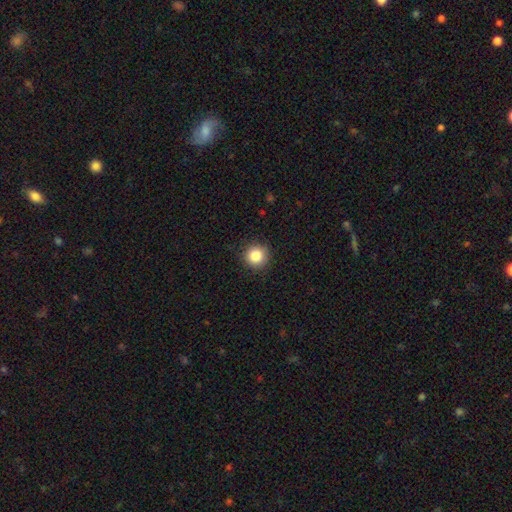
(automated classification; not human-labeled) The model was most divided on "smooth or featured": smooth: 85%, star or artifact: 10%, featured or disk: 5%. More confident: how rounded — round (95%); merging — none (92%).